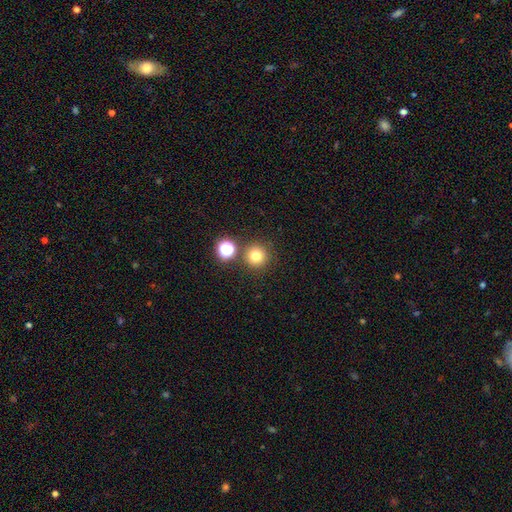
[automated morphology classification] smooth_or_featured: smooth (p=0.77) [alt: star or artifact p=0.16]
how_rounded: round (p=0.95) [alt: in between p=0.04]
merging: none (p=0.82) [alt: merger p=0.09]